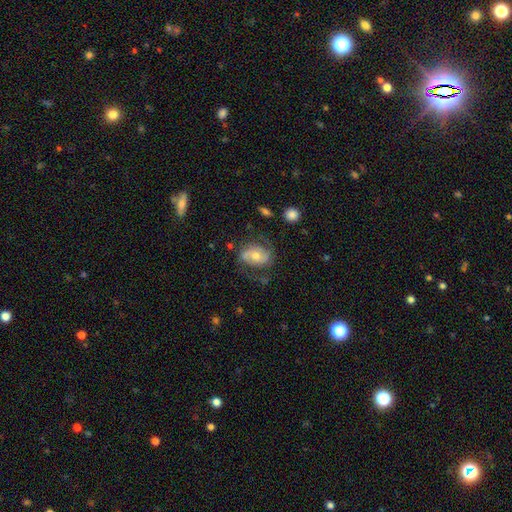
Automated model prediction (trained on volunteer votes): Smooth or featured: featured or disk — 66% (smooth — 26%)
Edge-on disk: no — 96% (yes — 4%)
Bar: no — 60% (weak — 29%)
Spiral arms: yes — 84% (no — 16%)
Spiral winding: medium — 43% (tight — 30%)
Spiral arm count: 2 — 80% (can't tell — 11%)
Bulge size: moderate — 68% (small — 24%)
Merging: none — 62% (minor disturbance — 22%)